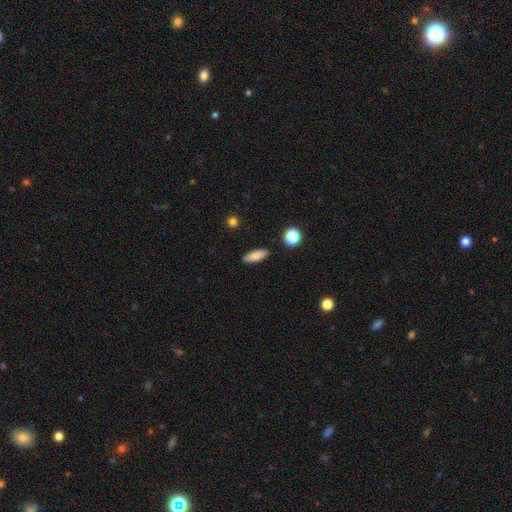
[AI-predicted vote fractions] Smooth or featured? smooth (83%)
How rounded? in between (66%)
Merging? none (89%)